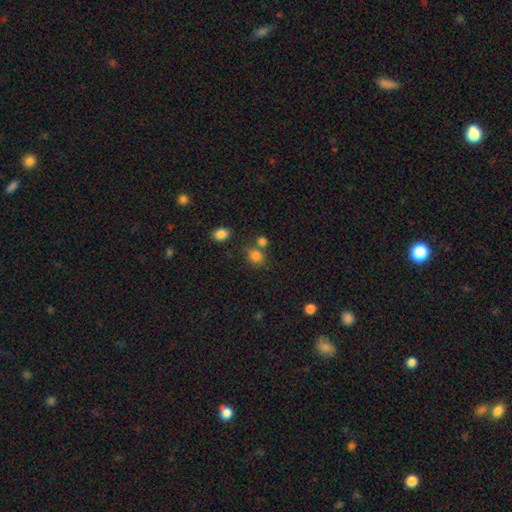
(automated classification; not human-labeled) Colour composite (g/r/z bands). It shows a smooth galaxy with no disk features (81%) that is round (70%). Merging: none (62%).